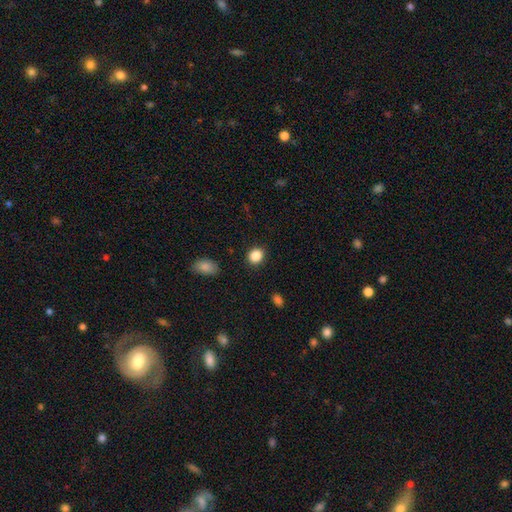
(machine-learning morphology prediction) Smooth or featured?
  - smooth: 87% *
  - star or artifact: 9%
  - featured or disk: 4%
How rounded?
  - round: 65% *
  - in between: 34%
  - cigar-shaped: 1%
Merging?
  - none: 89% *
  - minor disturbance: 7%
  - major disturbance: 2%
  - merger: 1%